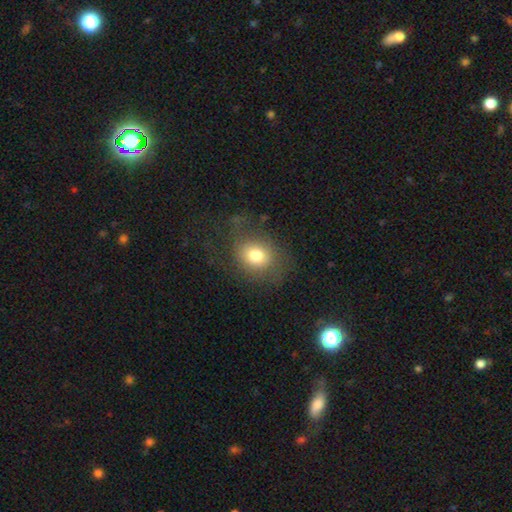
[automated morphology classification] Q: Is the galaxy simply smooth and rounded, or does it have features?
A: smooth — 74%.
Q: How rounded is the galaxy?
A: round — 63%.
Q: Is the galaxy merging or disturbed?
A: none — 64%.